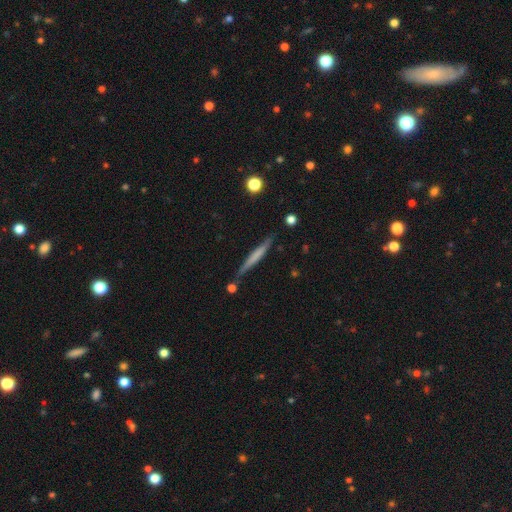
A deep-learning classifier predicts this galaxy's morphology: smooth-or-featured: smooth: 52% | featured or disk: 42% | star or artifact: 6%
  how-rounded: cigar-shaped: 95% | in between: 3% | round: 2%
  merging: none: 78% | minor disturbance: 14% | merger: 4% | major disturbance: 3%